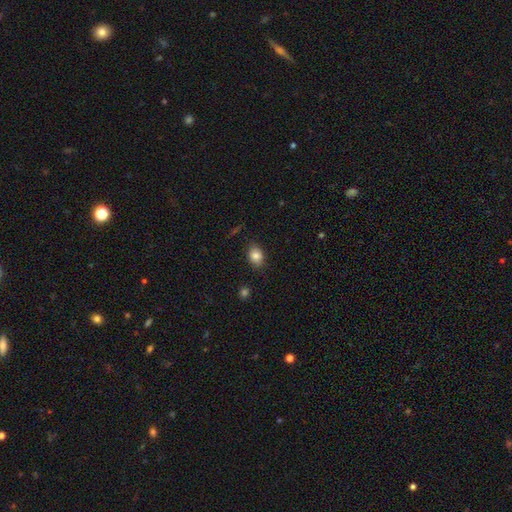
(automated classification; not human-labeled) A smooth galaxy with no disk features (83%) that is in between round and cigar-shaped (73%).

Vote fractions:
- Smooth or featured? smooth: 83% / star or artifact: 9% / featured or disk: 8%
- How rounded? in between: 73% / round: 26% / cigar-shaped: 1%
- Merging? none: 84% / minor disturbance: 12% / major disturbance: 3% / merger: 1%